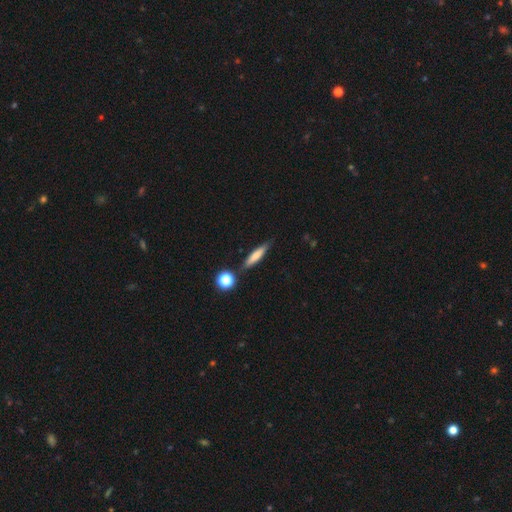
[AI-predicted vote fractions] Smooth or featured? Predicted: smooth (p=0.69). How rounded? Predicted: cigar-shaped (p=0.81). Merging? Predicted: none (p=0.79).